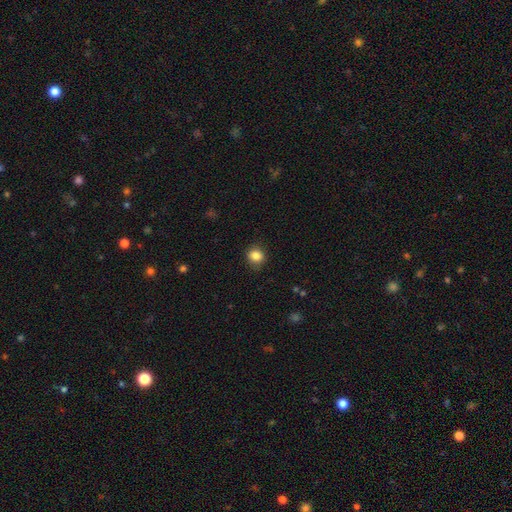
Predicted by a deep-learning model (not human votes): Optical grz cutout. It shows a smooth galaxy with no disk features (85%) that is round (75%). Merging: none (86%).